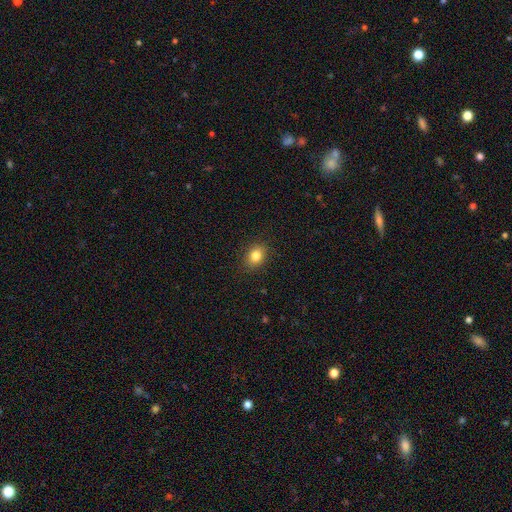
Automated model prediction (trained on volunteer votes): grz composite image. It shows a smooth galaxy with no disk features (83%) that is in between round and cigar-shaped (52%). Merging: none (88%).